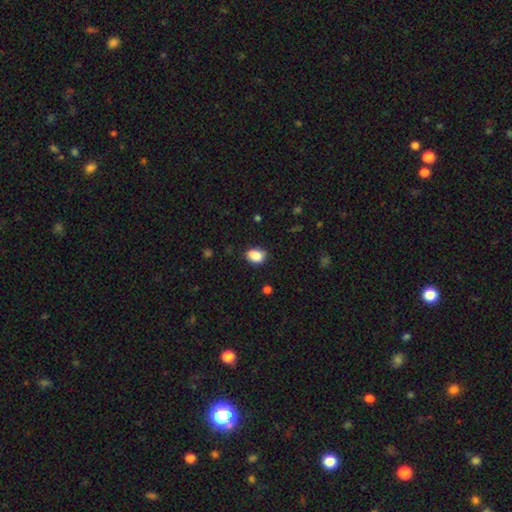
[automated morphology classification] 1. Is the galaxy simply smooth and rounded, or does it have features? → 88% smooth, 8% star or artifact, 4% featured or disk.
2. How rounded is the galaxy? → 67% in between, 32% round, 1% cigar-shaped.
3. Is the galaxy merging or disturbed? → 78% none, 17% minor disturbance, 3% major disturbance, 1% merger.